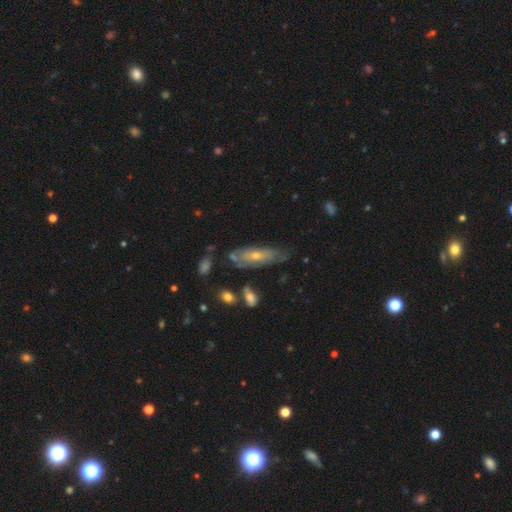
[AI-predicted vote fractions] smooth_or_featured: featured or disk (p=0.50) [alt: smooth p=0.43]
disk_edge_on: no (p=0.72) [alt: yes p=0.28]
merging: none (p=0.49) [alt: minor disturbance p=0.32]